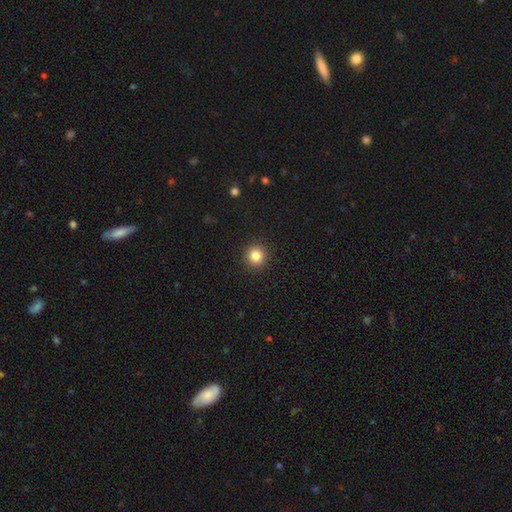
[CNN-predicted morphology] smooth 84%, star or artifact 11%, featured or disk 5%. Down the decision tree: how rounded — round (95%); merging — none (93%).